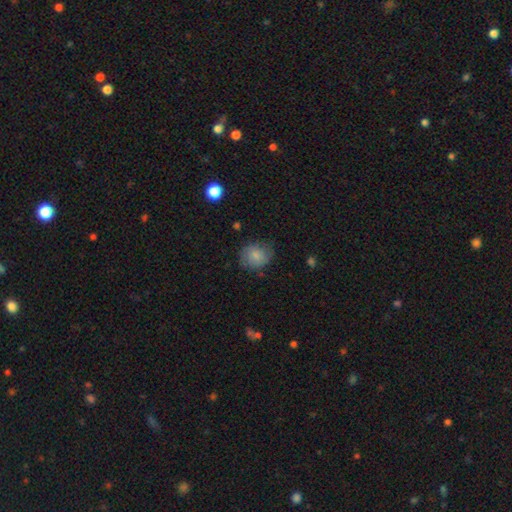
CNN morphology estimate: Q: Smooth or featured?
A: smooth (78%); runner-up: featured or disk (14%)
Q: How rounded?
A: round (70%); runner-up: in between (29%)
Q: Merging?
A: none (71%); runner-up: minor disturbance (21%)